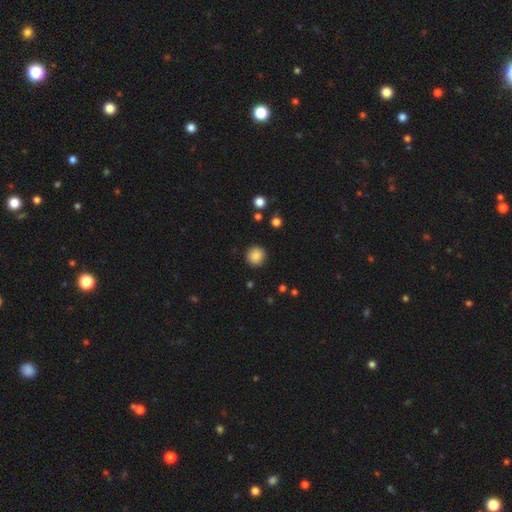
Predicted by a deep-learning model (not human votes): Overall: smooth (87%). How rounded: round (93%). Merging: none (91%).